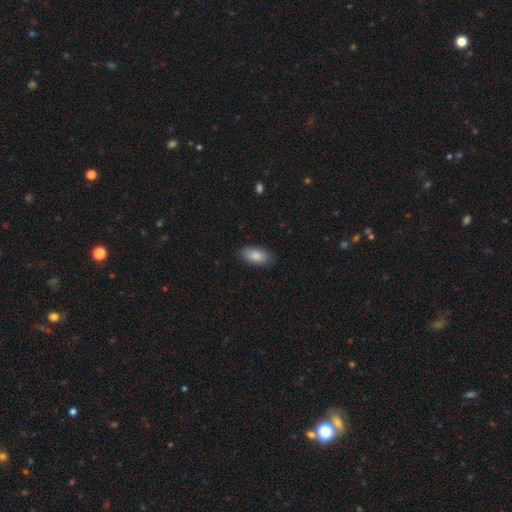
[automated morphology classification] Smooth or featured? Predicted: smooth (p=0.87). How rounded? Predicted: in between (p=0.93). Merging? Predicted: none (p=0.86).